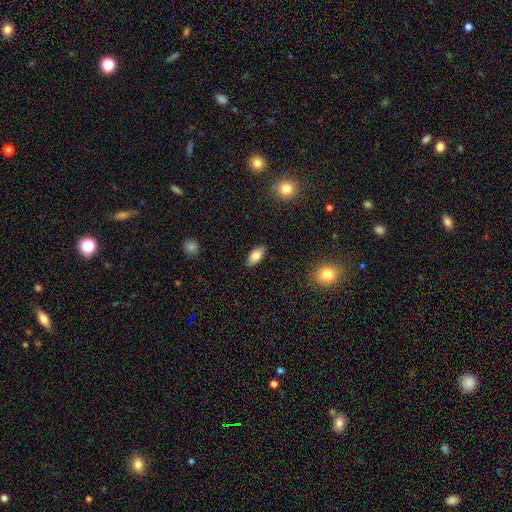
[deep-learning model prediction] Smooth or featured? Predicted: smooth (p=0.83). How rounded? Predicted: in between (p=0.88). Merging? Predicted: none (p=0.88).